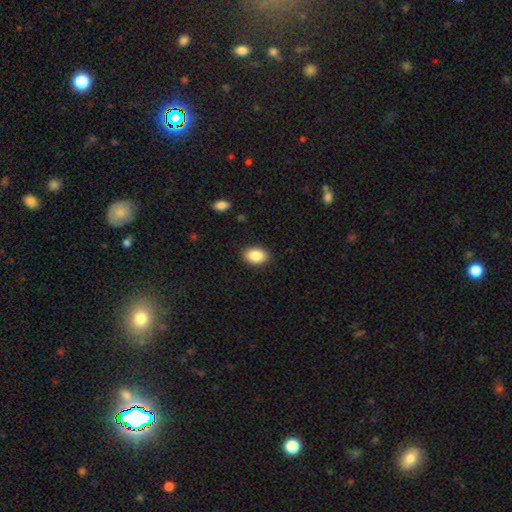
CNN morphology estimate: smooth-or-featured: smooth: 88% | star or artifact: 7% | featured or disk: 5%
  how-rounded: in between: 87% | round: 12% | cigar-shaped: 1%
  merging: none: 89% | minor disturbance: 8% | major disturbance: 2% | merger: 1%